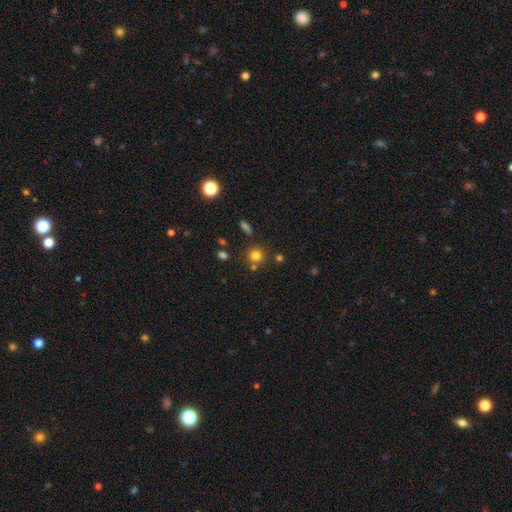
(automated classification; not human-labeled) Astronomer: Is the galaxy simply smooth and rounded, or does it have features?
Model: smooth — 77%.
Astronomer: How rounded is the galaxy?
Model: round — 91%.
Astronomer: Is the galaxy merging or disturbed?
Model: none — 75%.